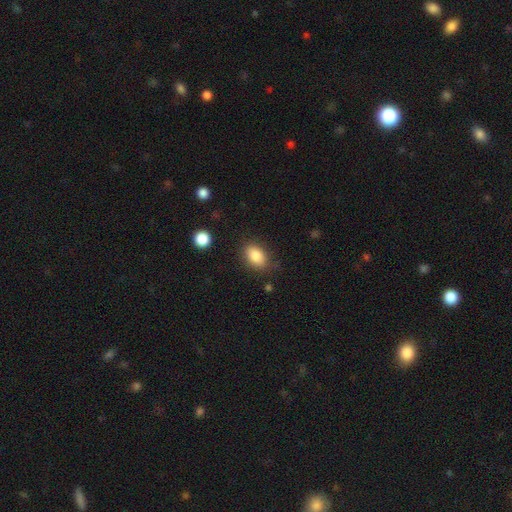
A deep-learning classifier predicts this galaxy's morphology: Smooth or featured: smooth — 85% (star or artifact — 8%)
How rounded: in between — 85% (round — 13%)
Merging: none — 81% (minor disturbance — 14%)